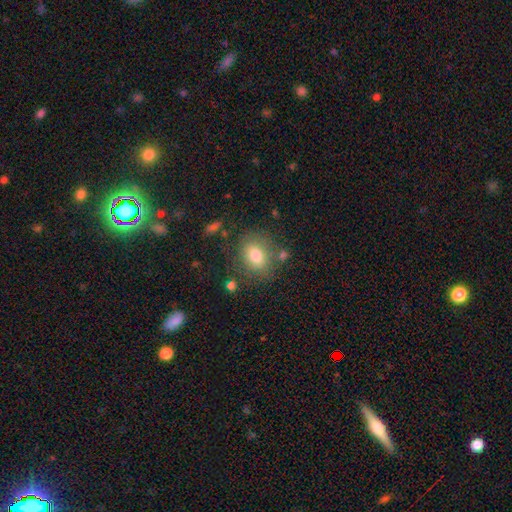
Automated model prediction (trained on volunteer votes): The model was most divided on "how rounded": in between: 51%, round: 48%, cigar-shaped: 1%. More confident: smooth or featured — smooth (77%); merging — none (76%).